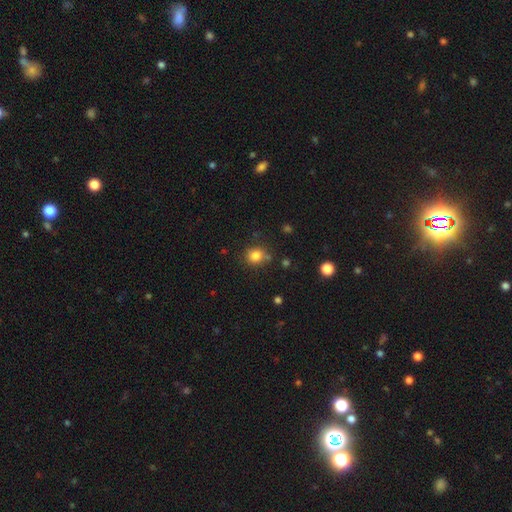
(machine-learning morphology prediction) smooth-or-featured: smooth: 82% | star or artifact: 12% | featured or disk: 6%
  how-rounded: round: 82% | in between: 18% | cigar-shaped: 1%
  merging: none: 76% | minor disturbance: 13% | merger: 7% | major disturbance: 4%